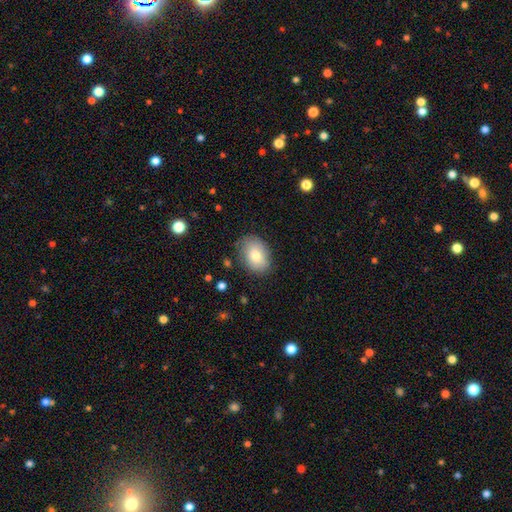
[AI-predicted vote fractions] Smooth or featured: smooth — 79% (featured or disk — 13%)
How rounded: in between — 81% (round — 18%)
Merging: none — 79% (minor disturbance — 16%)